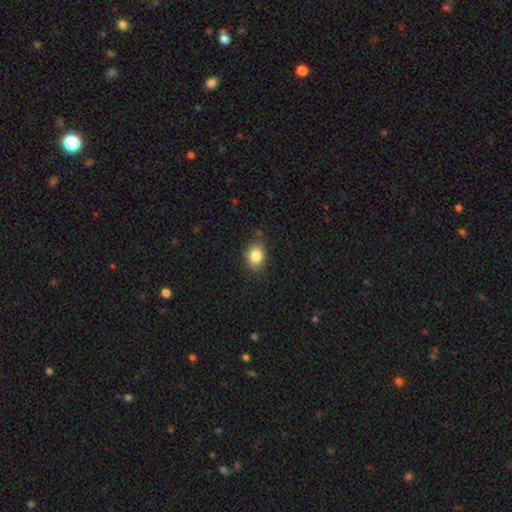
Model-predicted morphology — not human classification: A smooth galaxy with no disk features (84%) that is in between round and cigar-shaped (63%). Merging: none (83%).